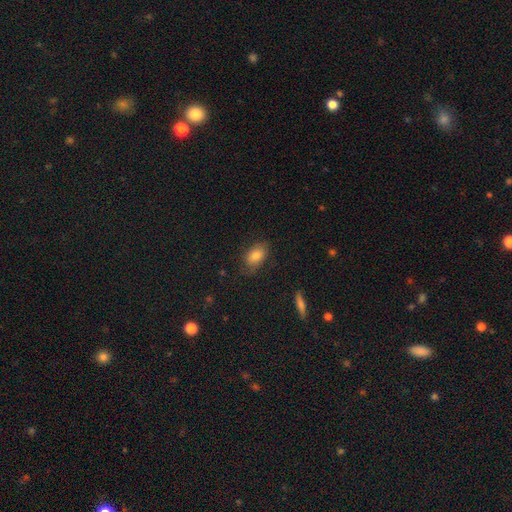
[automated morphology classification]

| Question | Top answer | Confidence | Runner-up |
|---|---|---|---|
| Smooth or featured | smooth | 77% | featured or disk (14%) |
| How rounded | in between | 88% | round (10%) |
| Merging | none | 69% | minor disturbance (22%) |